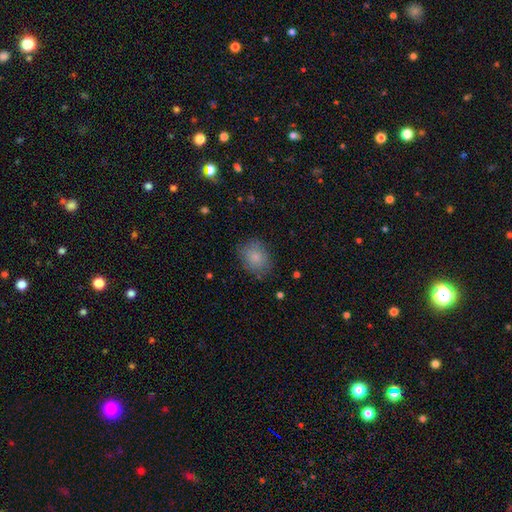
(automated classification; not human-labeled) smooth-or-featured: smooth: 82% | star or artifact: 9% | featured or disk: 9%
  how-rounded: in between: 50% | round: 49% | cigar-shaped: 1%
  merging: none: 79% | minor disturbance: 15% | major disturbance: 4% | merger: 1%